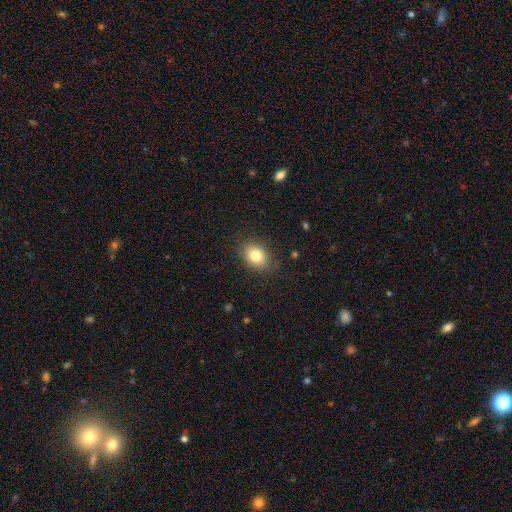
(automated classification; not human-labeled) This is clearly a smooth galaxy (81%). How rounded: likely in between (70%). Merging: clearly none (85%).